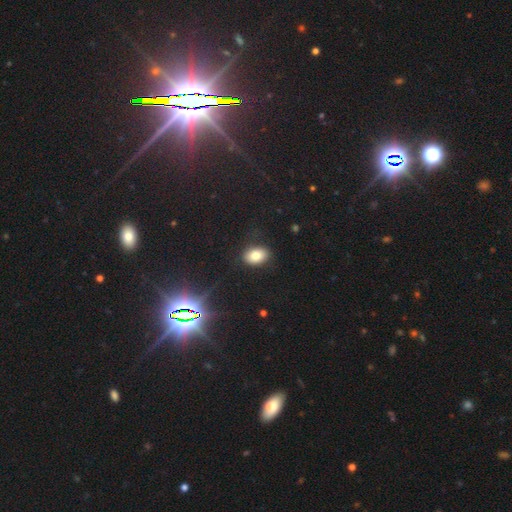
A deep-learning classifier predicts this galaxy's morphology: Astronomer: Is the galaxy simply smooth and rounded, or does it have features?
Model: smooth — 80%.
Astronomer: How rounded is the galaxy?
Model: in between — 82%.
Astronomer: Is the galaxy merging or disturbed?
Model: none — 85%.